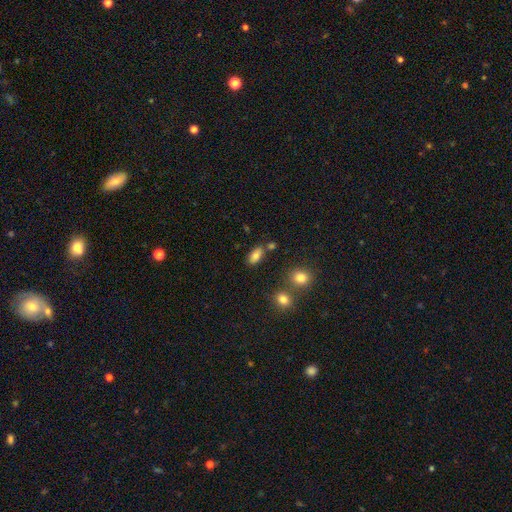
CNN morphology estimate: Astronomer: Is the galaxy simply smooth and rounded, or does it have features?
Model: smooth — 79%.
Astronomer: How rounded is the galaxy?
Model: in between — 89%.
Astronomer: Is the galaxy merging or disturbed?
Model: none — 73%.